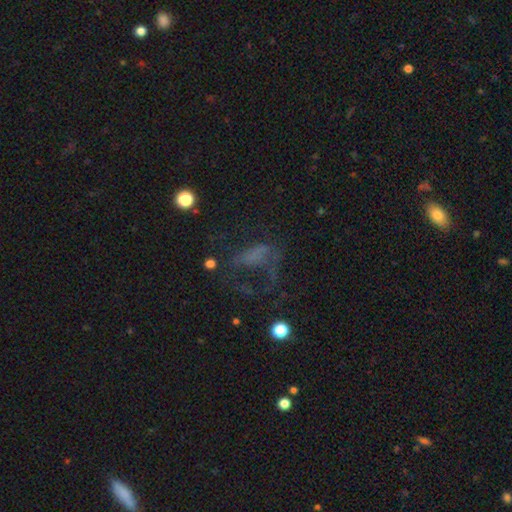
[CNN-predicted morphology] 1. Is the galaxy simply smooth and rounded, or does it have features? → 41% featured or disk, 30% smooth, 29% star or artifact.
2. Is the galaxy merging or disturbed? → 46% major disturbance, 33% none, 16% minor disturbance, 4% merger.